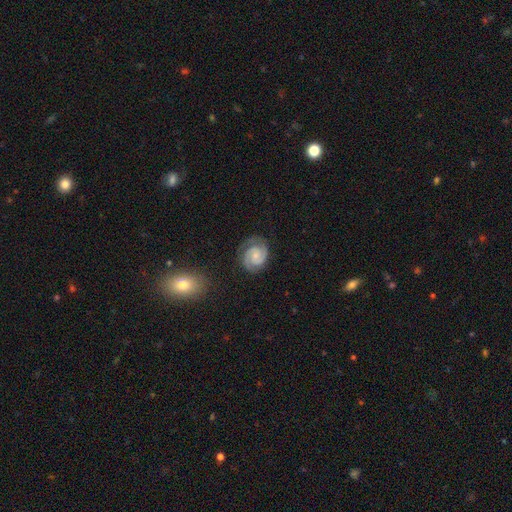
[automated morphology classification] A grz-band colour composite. It shows a featured or disk galaxy (88%) with no bar (63%), 2 (87%) tight (62%) spiral arms (98%) and a small central bulge (59%). Merging: none (79%).